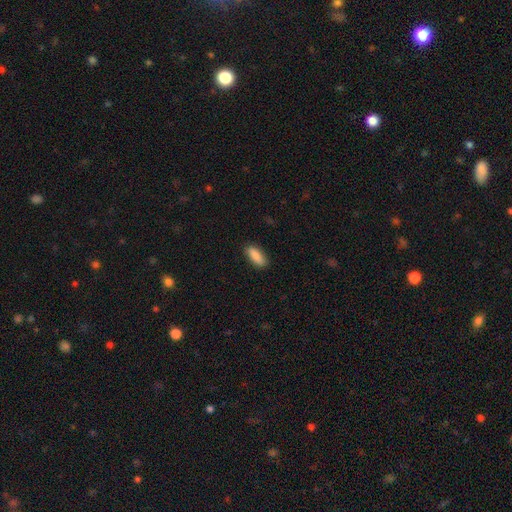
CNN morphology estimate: Overall: smooth (88%). How rounded: in between (73%). Merging: none (86%).